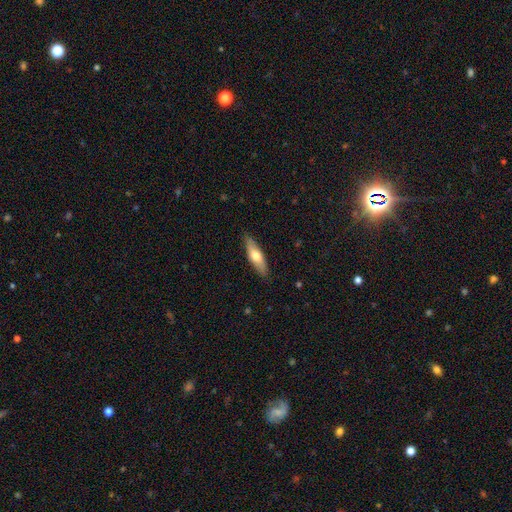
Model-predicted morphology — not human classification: smooth 62%, featured or disk 32%, star or artifact 6%. Down the decision tree: how rounded — cigar-shaped (55%); merging — none (85%).